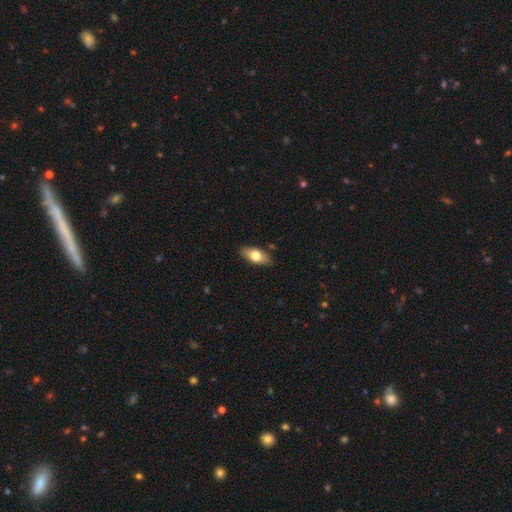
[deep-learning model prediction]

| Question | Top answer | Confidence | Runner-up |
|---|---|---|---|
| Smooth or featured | smooth | 69% | featured or disk (25%) |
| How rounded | in between | 87% | cigar-shaped (9%) |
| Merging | none | 86% | minor disturbance (11%) |